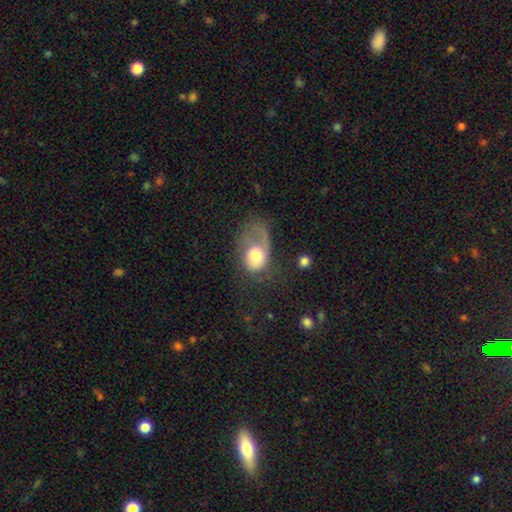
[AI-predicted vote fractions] Morphology: type=smooth (53%); roundness=in between (64%); merging=major disturbance (57%).